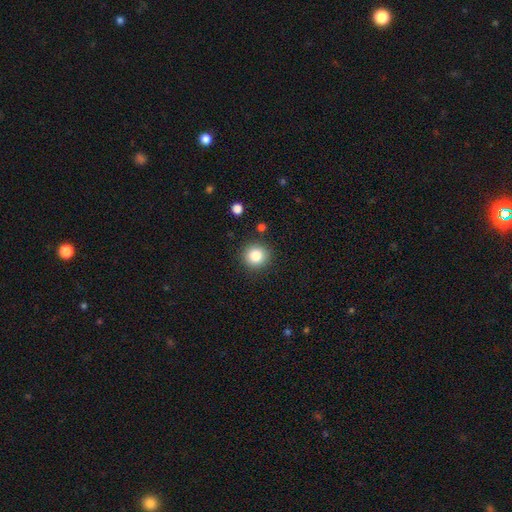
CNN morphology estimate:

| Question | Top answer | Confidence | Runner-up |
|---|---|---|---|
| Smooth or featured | smooth | 83% | star or artifact (10%) |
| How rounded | round | 93% | in between (6%) |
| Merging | none | 89% | minor disturbance (7%) |